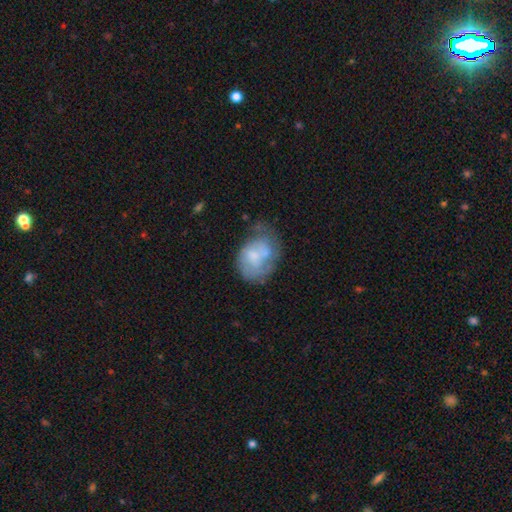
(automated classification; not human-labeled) Q: Smooth or featured?
A: smooth (46%); tied with: featured or disk (46%)
Q: Merging?
A: none (34%); runner-up: minor disturbance (31%)